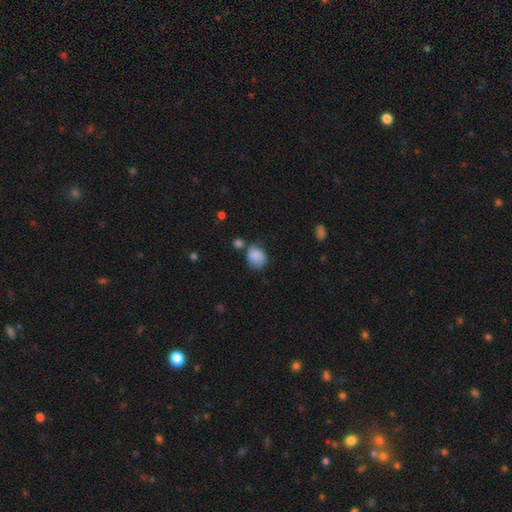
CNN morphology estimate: A smooth galaxy with no disk features (84%) that is round (59%). Merging: none (50%).